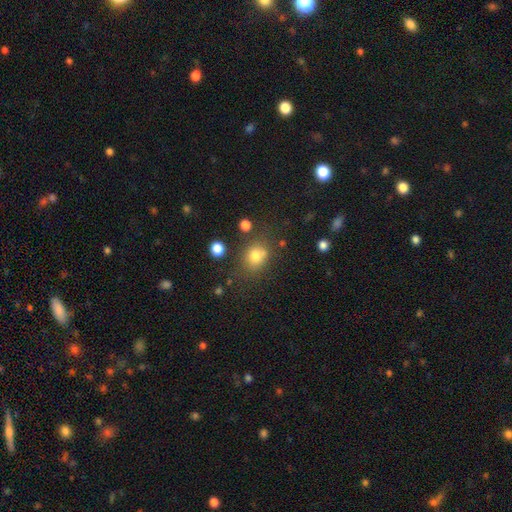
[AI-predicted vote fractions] This appears to be a smooth galaxy with no disk features (76%) that is round (65%). Merging: none (65%).